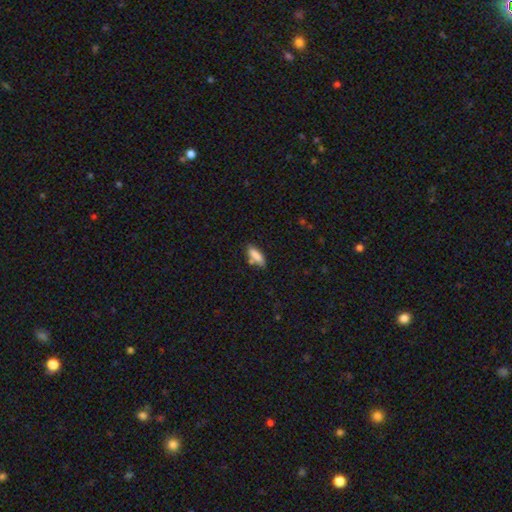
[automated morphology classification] The model was most divided on "how rounded": in between: 57%, cigar-shaped: 41%, round: 2%. More confident: smooth or featured — smooth (84%); merging — none (68%).